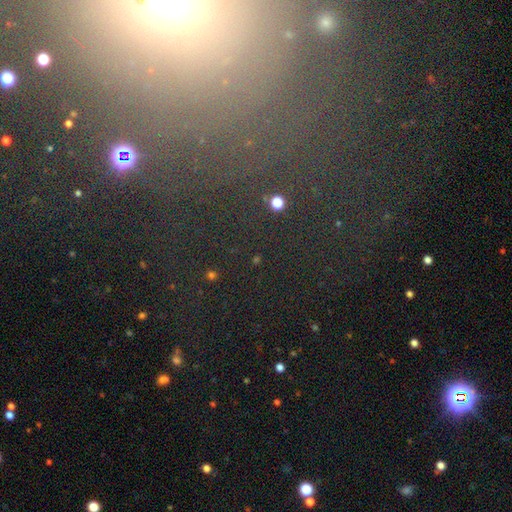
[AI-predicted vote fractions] This appears to be a star or artifact, not a galaxy (63%).